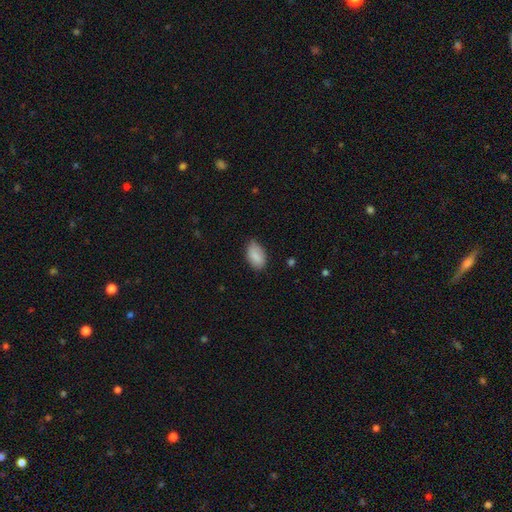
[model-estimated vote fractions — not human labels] Overall: smooth (87%). How rounded: in between (93%). Merging: none (70%).